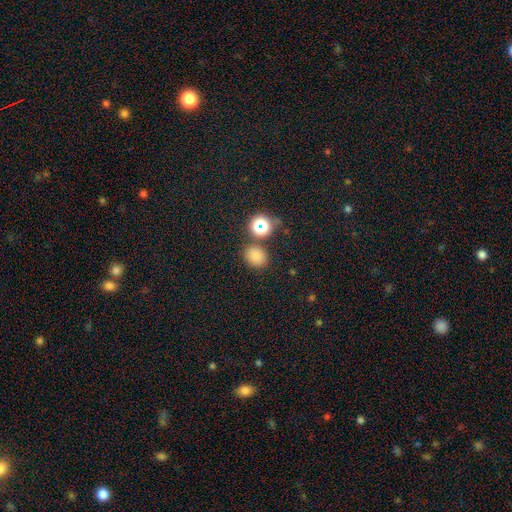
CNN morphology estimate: Overall: smooth (77%). How rounded: round (57%; in between 43%). Merging: none (78%).